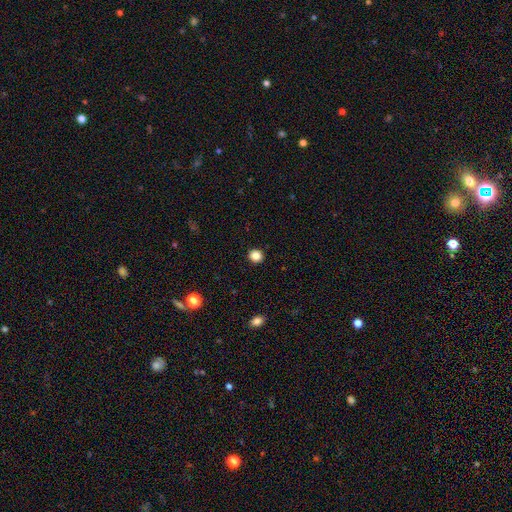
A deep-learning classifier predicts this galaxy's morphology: A smooth galaxy with no disk features (86%) that is round (91%). Merging: none (92%).